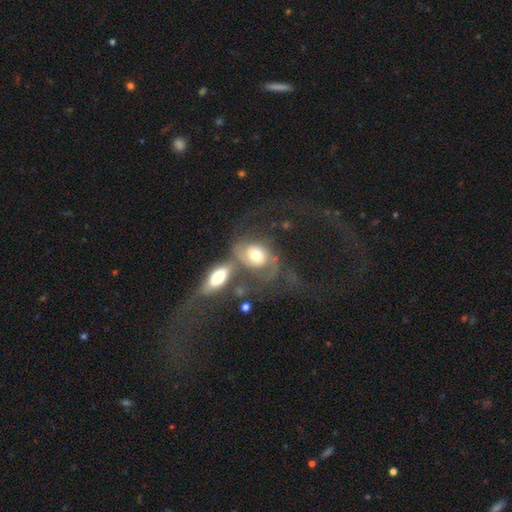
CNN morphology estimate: A featured or disk galaxy (62%) with no bar (70%), spiral arms (84%) and a moderate central bulge (56%).

Vote fractions:
- Smooth or featured? featured or disk: 62% / smooth: 30% / star or artifact: 8%
- Edge-on disk? no: 94% / yes: 6%
- Bar? no: 70% / weak: 24% / strong: 6%
- Spiral arms? yes: 84% / no: 16%
- Bulge size? moderate: 56% / large: 30% / small: 9% / dominant: 3% / none: 2%
- Merging? merger: 50% / none: 21% / major disturbance: 18% / minor disturbance: 11%